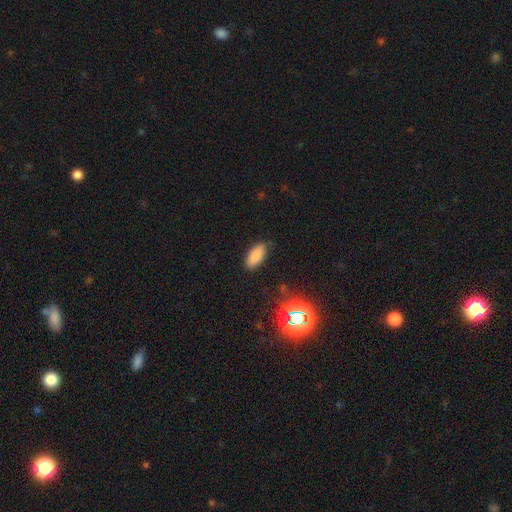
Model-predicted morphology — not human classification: type=smooth (82%); roundness=in between (85%); merging=none (84%).